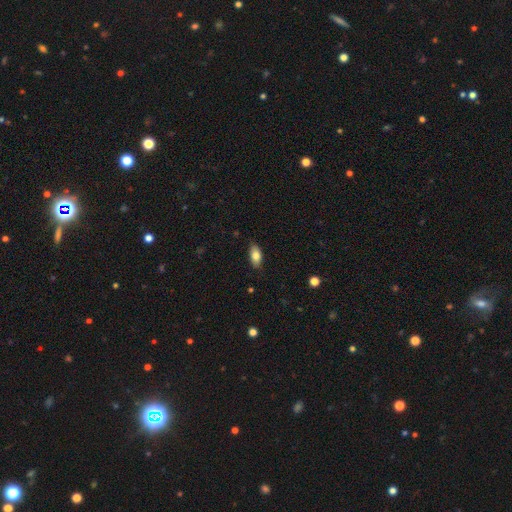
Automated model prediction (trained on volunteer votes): smooth_or_featured: smooth (p=0.80) [alt: featured or disk p=0.13]
how_rounded: in between (p=0.89) [alt: cigar-shaped p=0.07]
merging: none (p=0.83) [alt: minor disturbance p=0.14]